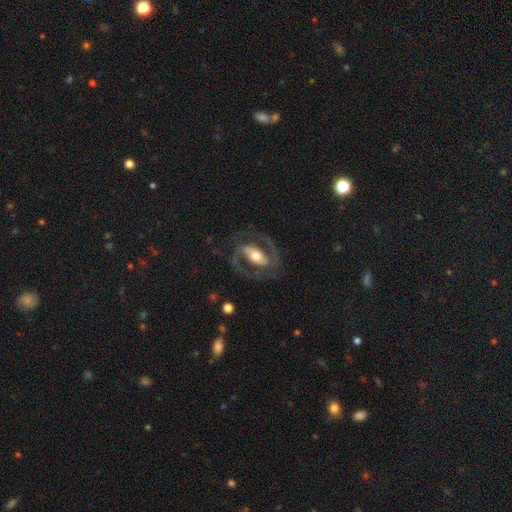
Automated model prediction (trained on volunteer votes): smooth_or_featured: featured or disk (p=0.88) [alt: smooth p=0.08]
disk_edge_on: no (p=0.96) [alt: yes p=0.04]
bar: strong (p=0.54) [alt: weak p=0.29]
has_spiral_arms: yes (p=0.94) [alt: no p=0.06]
spiral_winding: medium (p=0.59) [alt: tight p=0.26]
spiral_arm_count: 2 (p=0.92) [alt: can't tell p=0.02]
bulge_size: moderate (p=0.68) [alt: small p=0.16]
merging: none (p=0.78) [alt: minor disturbance p=0.12]